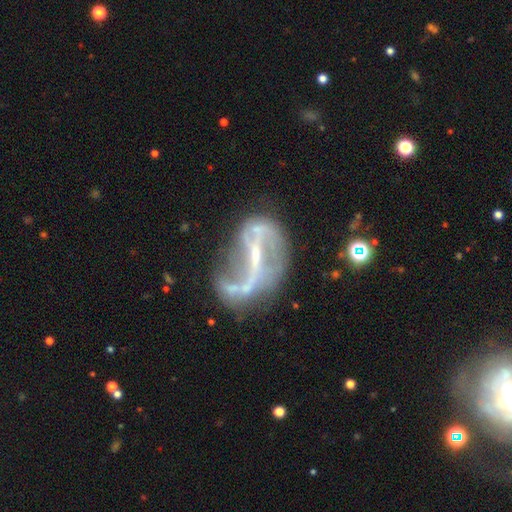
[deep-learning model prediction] This appears to be a featured or disk galaxy (83%) with a strong bar (49%), 2 (68%) loose (73%) spiral arms (80%) and a small central bulge (64%). Merging: none (41%).